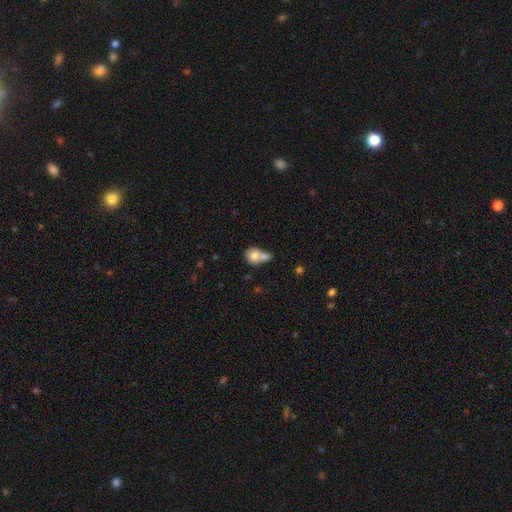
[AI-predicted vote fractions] smooth 73%, featured or disk 18%, star or artifact 9%. Down the decision tree: how rounded — round (55%); merging — merger (57%).